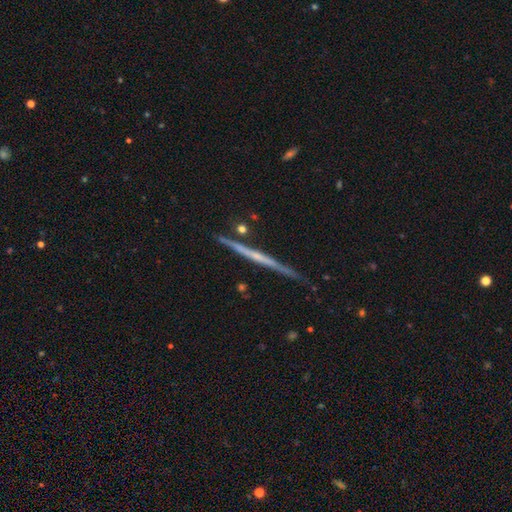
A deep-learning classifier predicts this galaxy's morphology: Smooth or featured?
  - featured or disk: 74% *
  - smooth: 21%
  - star or artifact: 6%
Edge-on disk?
  - yes: 98% *
  - no: 2%
Edge-on bulge?
  - none: 71% *
  - rounded: 22%
  - boxy: 7%
Merging?
  - none: 85% *
  - minor disturbance: 10%
  - merger: 3%
  - major disturbance: 2%